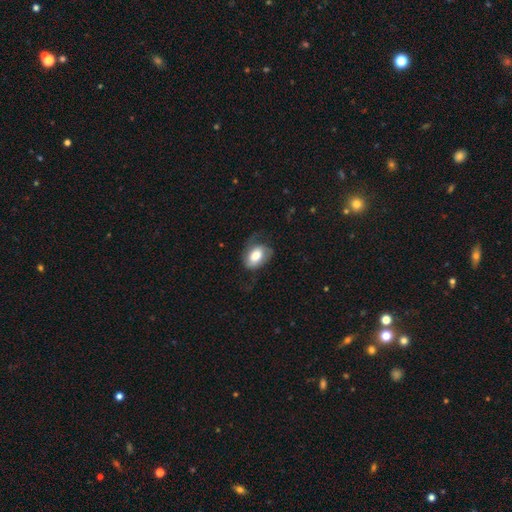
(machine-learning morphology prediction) smooth 56%, featured or disk 36%, star or artifact 7%. Down the decision tree: how rounded — in between (81%); merging — none (49%).